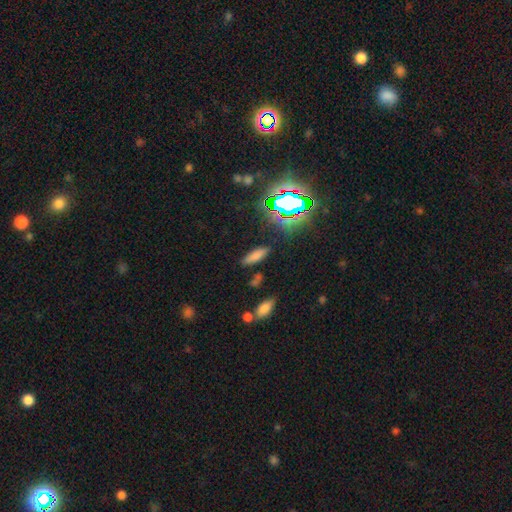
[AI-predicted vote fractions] The model was most divided on "how rounded": in between: 56%, cigar-shaped: 41%, round: 3%. More confident: merging — none (84%); smooth or featured — smooth (75%).